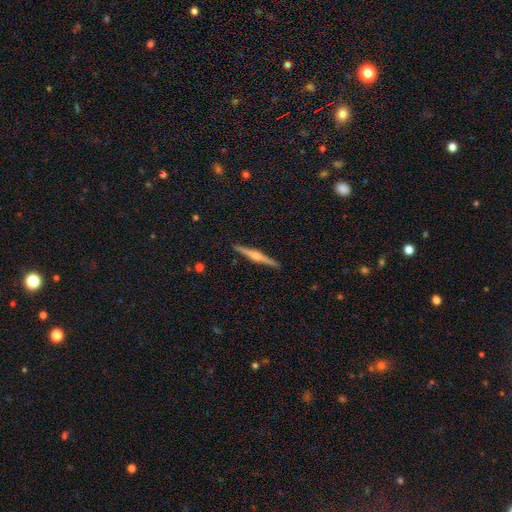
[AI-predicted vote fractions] This appears to be a featured or disk galaxy (75%) viewed edge-on (98%) with a rounded central bulge (81%). Merging: none (92%).